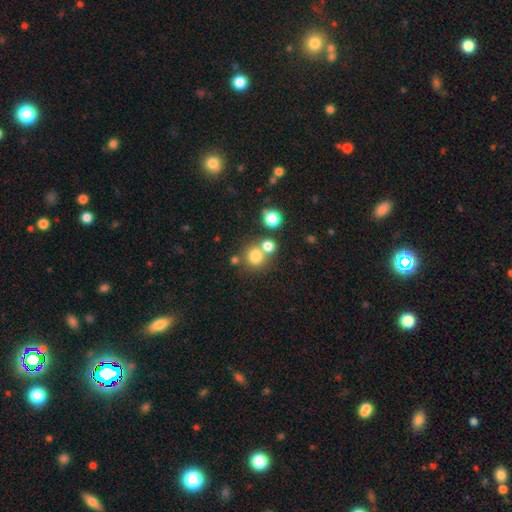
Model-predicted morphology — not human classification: This appears to be a smooth galaxy with no disk features (77%) that is round (88%). Merging: none (60%).